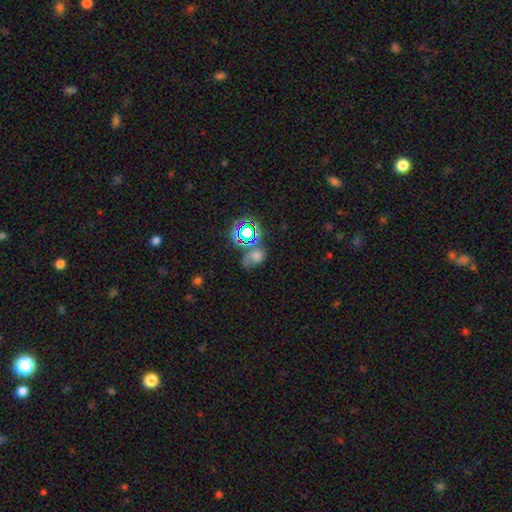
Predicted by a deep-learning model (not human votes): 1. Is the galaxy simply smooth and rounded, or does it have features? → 43% smooth, 40% star or artifact, 18% featured or disk.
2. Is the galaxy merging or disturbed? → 41% none, 20% merger, 19% major disturbance, 19% minor disturbance.